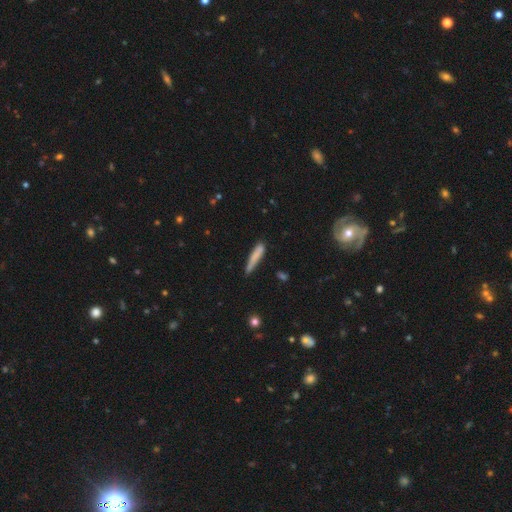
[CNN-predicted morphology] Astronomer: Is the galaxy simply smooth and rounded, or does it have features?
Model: smooth — 78%.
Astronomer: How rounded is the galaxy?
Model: cigar-shaped — 91%.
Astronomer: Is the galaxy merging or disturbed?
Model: none — 68%.